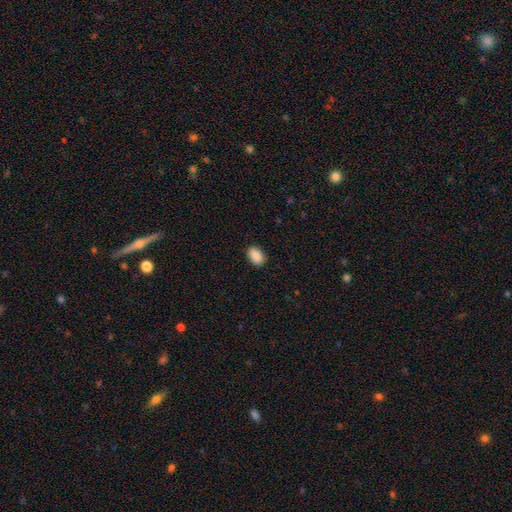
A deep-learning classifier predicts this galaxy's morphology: A smooth galaxy with no disk features (90%) that is in between round and cigar-shaped (88%).

Vote fractions:
- Smooth or featured? smooth: 90% / star or artifact: 7% / featured or disk: 3%
- How rounded? in between: 88% / round: 10% / cigar-shaped: 1%
- Merging? none: 87% / minor disturbance: 10% / major disturbance: 2% / merger: 1%